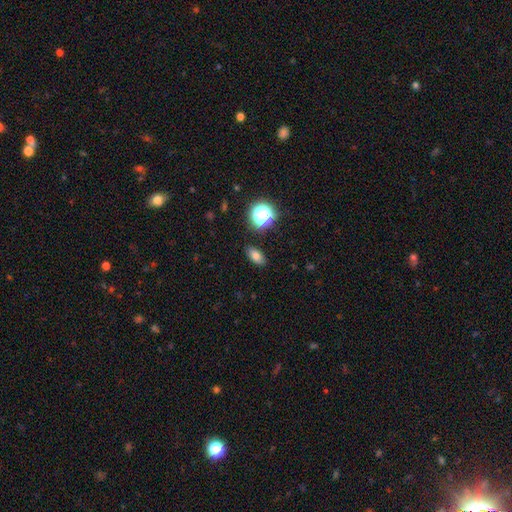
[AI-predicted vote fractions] This is likely a smooth galaxy (75%). How rounded: clearly in between (84%). Merging: clearly none (86%).